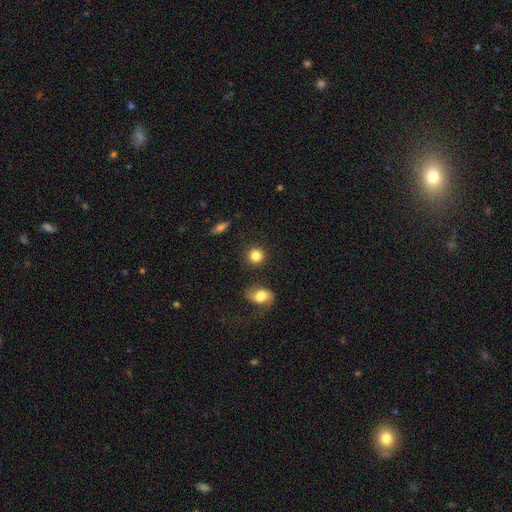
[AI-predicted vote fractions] Smooth or featured?
  - smooth: 84% *
  - star or artifact: 9%
  - featured or disk: 6%
How rounded?
  - round: 89% *
  - in between: 9%
  - cigar-shaped: 1%
Merging?
  - none: 87% *
  - minor disturbance: 7%
  - merger: 3%
  - major disturbance: 3%